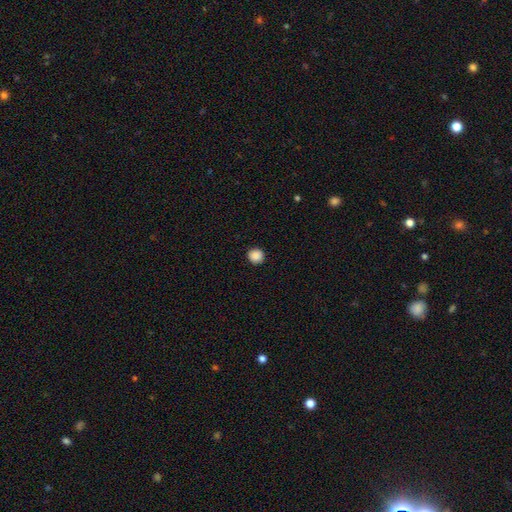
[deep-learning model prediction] A smooth galaxy with no disk features (88%) that is round (94%).

Vote fractions:
- Smooth or featured? smooth: 88% / star or artifact: 9% / featured or disk: 2%
- How rounded? round: 94% / in between: 5% / cigar-shaped: 1%
- Merging? none: 93% / minor disturbance: 5% / major disturbance: 2% / merger: 1%